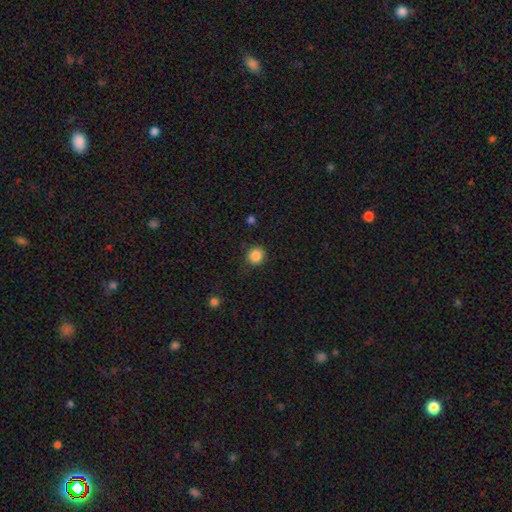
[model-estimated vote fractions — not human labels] Smooth or featured? smooth (86%)
How rounded? round (88%)
Merging? none (86%)